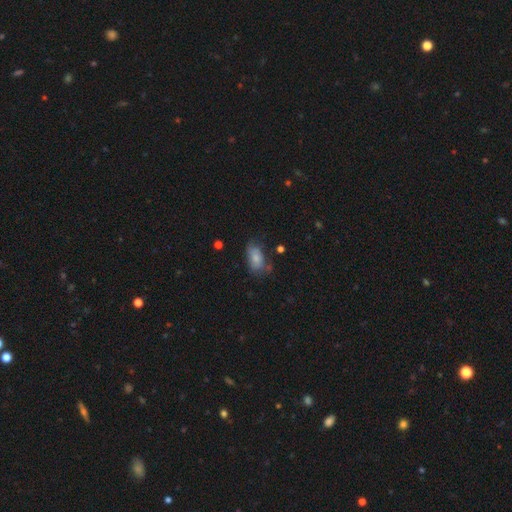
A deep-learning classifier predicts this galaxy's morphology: Smooth or featured? smooth (61%)
How rounded? in between (88%)
Merging? none (58%)